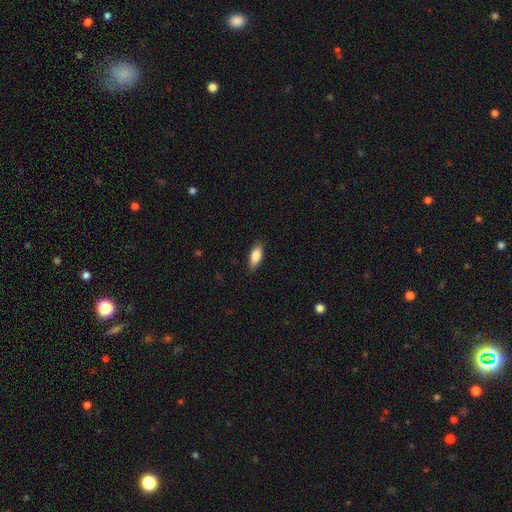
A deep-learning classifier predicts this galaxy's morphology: The model was most divided on "how rounded": in between: 76%, cigar-shaped: 22%, round: 2%. More confident: merging — none (86%); smooth or featured — smooth (83%).